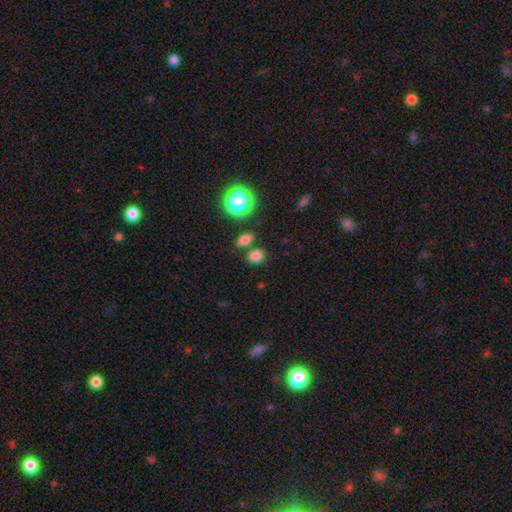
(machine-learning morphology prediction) Smooth or featured: smooth — 79% (star or artifact — 16%)
How rounded: in between — 55% (round — 43%)
Merging: none — 73% (merger — 14%)